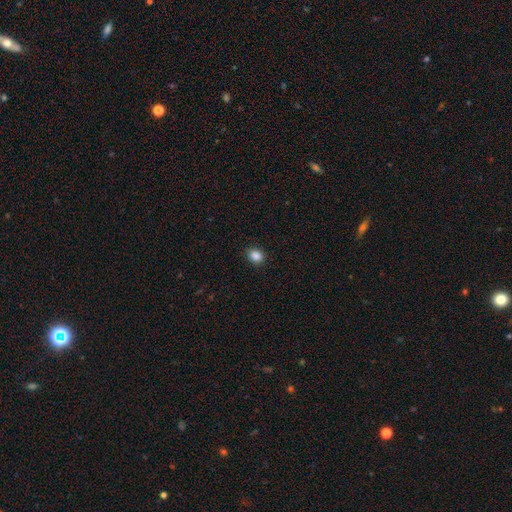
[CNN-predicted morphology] Smooth or featured? smooth (86%)
How rounded? round (63%)
Merging? none (90%)